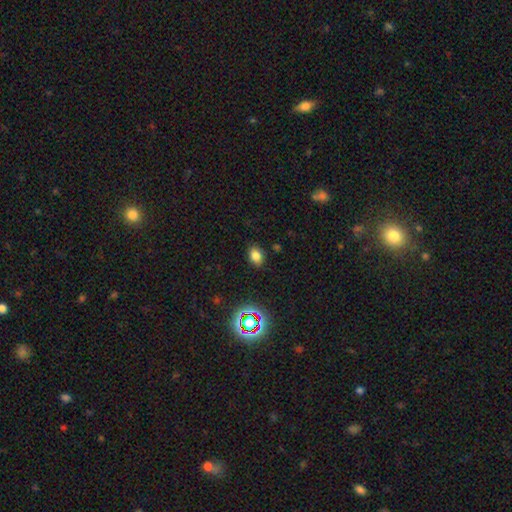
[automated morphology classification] type=smooth (78%); roundness=in between (75%); merging=none (86%).